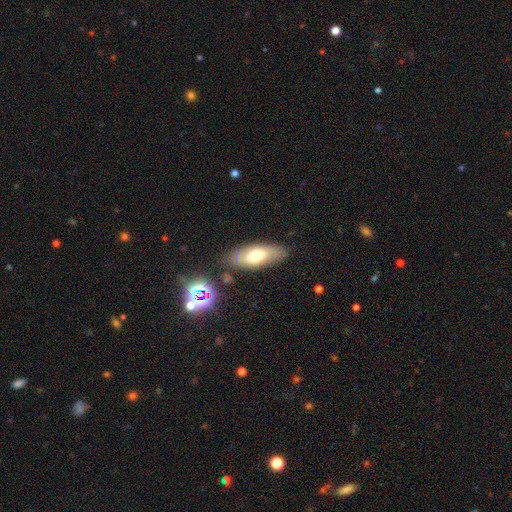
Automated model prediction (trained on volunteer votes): Smooth or featured: smooth — 63% (featured or disk — 28%)
How rounded: in between — 76% (cigar-shaped — 20%)
Merging: none — 77% (minor disturbance — 15%)